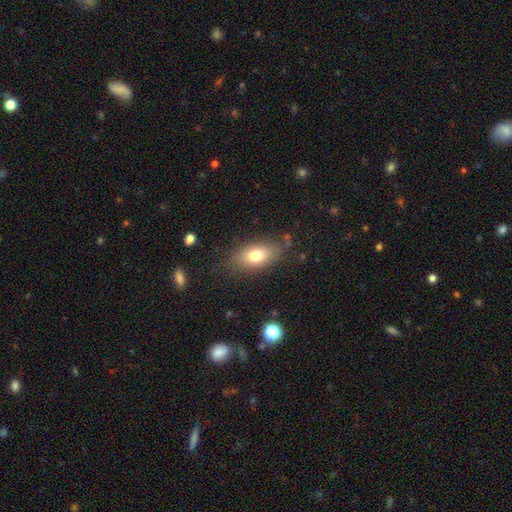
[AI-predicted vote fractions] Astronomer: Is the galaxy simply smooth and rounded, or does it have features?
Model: smooth — 75%.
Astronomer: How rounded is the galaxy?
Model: in between — 87%.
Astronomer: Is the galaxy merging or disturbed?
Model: none — 79%.